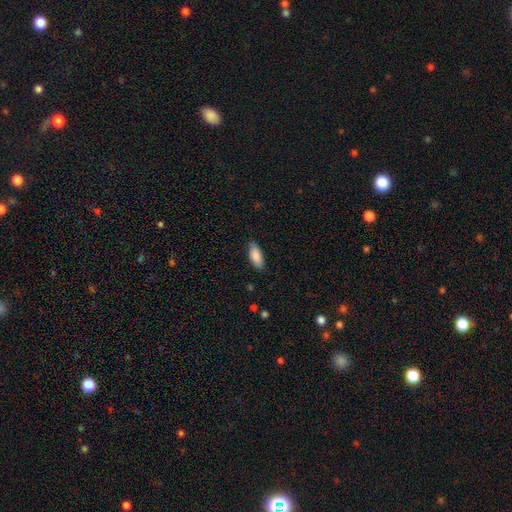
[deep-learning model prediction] Smooth or featured?
  - smooth: 88% *
  - featured or disk: 6%
  - star or artifact: 6%
How rounded?
  - in between: 84% *
  - cigar-shaped: 14%
  - round: 2%
Merging?
  - none: 83% *
  - minor disturbance: 13%
  - major disturbance: 2%
  - merger: 1%